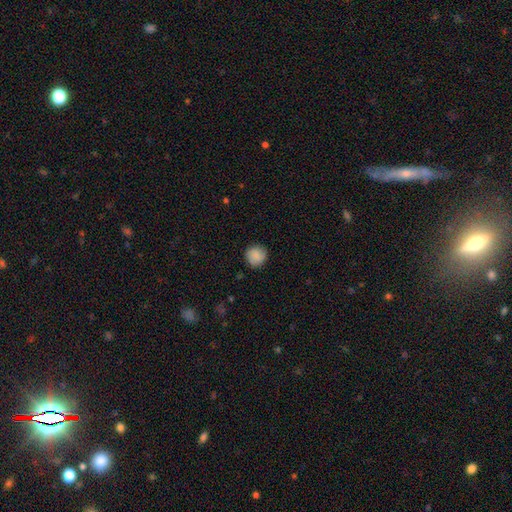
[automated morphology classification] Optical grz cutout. It shows a smooth galaxy with no disk features (86%) that is round (93%). Merging: none (86%).